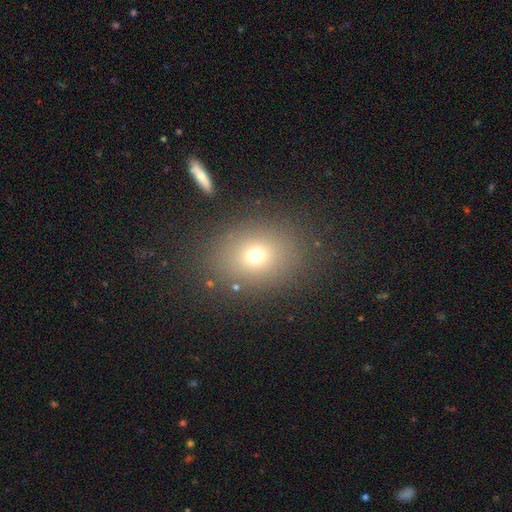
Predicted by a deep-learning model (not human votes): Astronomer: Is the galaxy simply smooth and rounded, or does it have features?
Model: smooth — 69%.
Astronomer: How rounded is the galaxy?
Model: round — 52% (runner-up: in between, 47%).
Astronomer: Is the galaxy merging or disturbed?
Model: none — 83%.